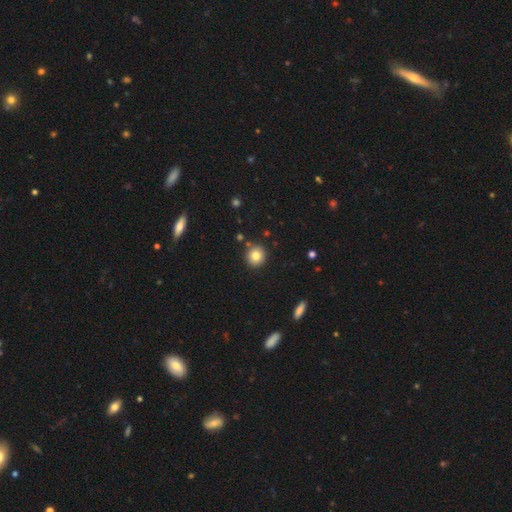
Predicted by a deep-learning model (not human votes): A smooth galaxy with no disk features (81%) that is round (91%).

Vote fractions:
- Smooth or featured? smooth: 81% / star or artifact: 10% / featured or disk: 8%
- How rounded? round: 91% / in between: 8% / cigar-shaped: 1%
- Merging? none: 88% / minor disturbance: 7% / merger: 3% / major disturbance: 2%